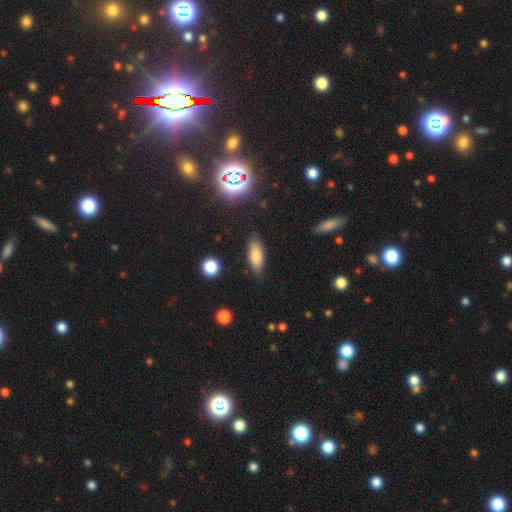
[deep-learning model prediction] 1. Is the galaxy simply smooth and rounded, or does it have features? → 74% smooth, 16% featured or disk, 9% star or artifact.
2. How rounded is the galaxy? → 67% in between, 30% cigar-shaped, 3% round.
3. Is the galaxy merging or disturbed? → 82% none, 13% minor disturbance, 3% major disturbance, 2% merger.